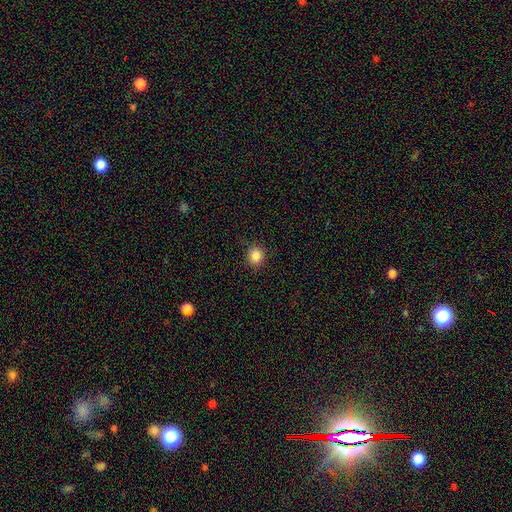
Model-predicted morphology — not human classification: Smooth or featured? Predicted: smooth (p=0.86). How rounded? Predicted: round (p=0.81). Merging? Predicted: none (p=0.87).